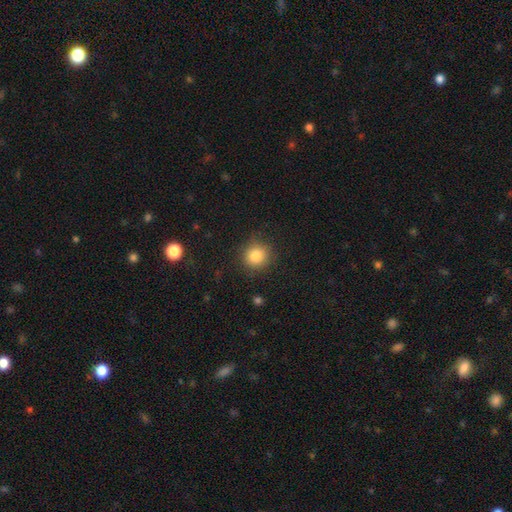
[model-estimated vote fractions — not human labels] smooth-or-featured: smooth: 83% | star or artifact: 11% | featured or disk: 6%
  how-rounded: round: 90% | in between: 9% | cigar-shaped: 1%
  merging: none: 85% | minor disturbance: 10% | major disturbance: 3% | merger: 1%